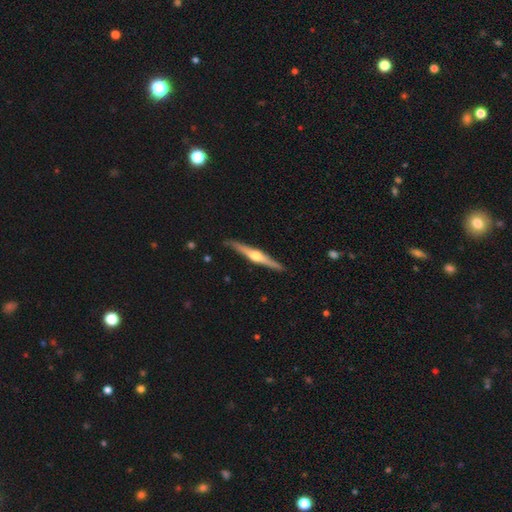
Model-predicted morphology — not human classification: type=featured or disk (77%); edge-on=yes (98%); edge-on bulge=rounded (94%); merging=none (90%).